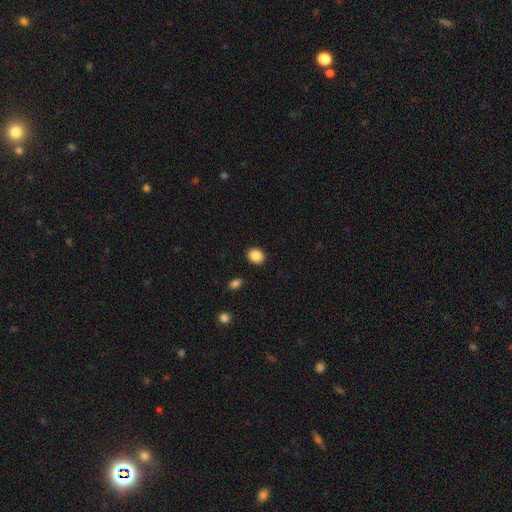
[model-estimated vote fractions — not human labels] Smooth or featured? smooth (87%)
How rounded? round (59%)
Merging? none (90%)